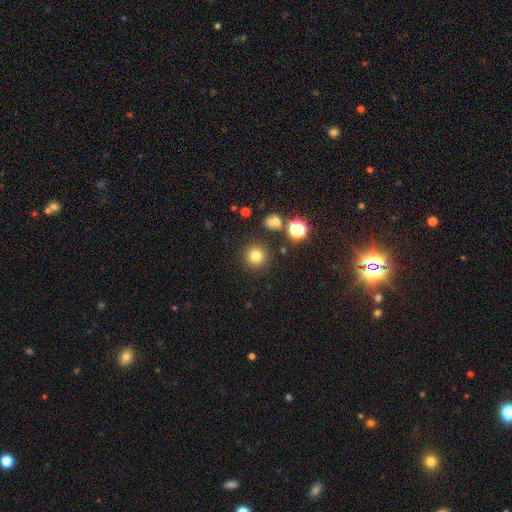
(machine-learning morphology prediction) smooth_or_featured: smooth (p=0.78) [alt: star or artifact p=0.15]
how_rounded: round (p=0.95) [alt: in between p=0.04]
merging: none (p=0.87) [alt: minor disturbance p=0.07]